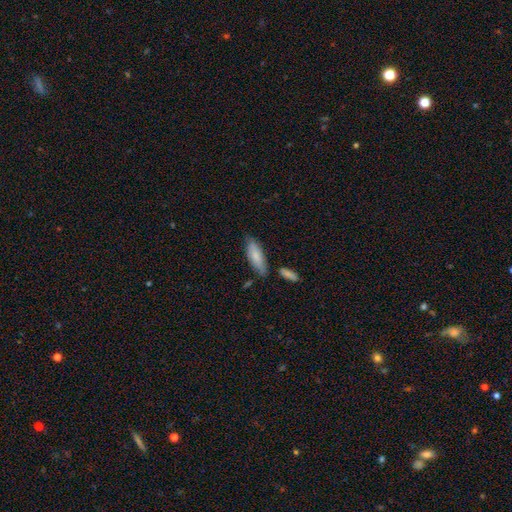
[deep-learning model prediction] smooth_or_featured: smooth (p=0.78) [alt: featured or disk p=0.17]
how_rounded: in between (p=0.68) [alt: cigar-shaped p=0.30]
merging: none (p=0.72) [alt: minor disturbance p=0.18]